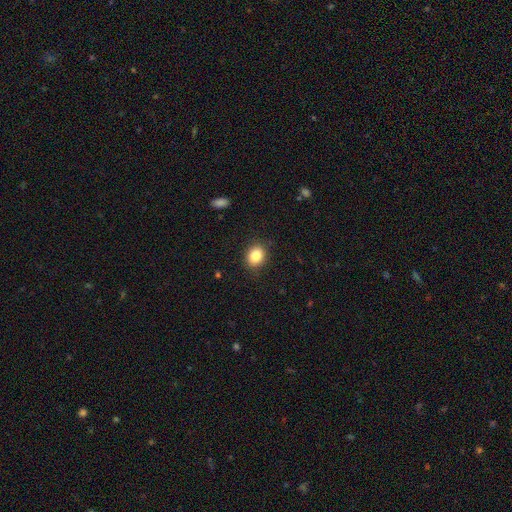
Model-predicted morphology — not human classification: This appears to be a smooth galaxy with no disk features (85%) that is in between round and cigar-shaped (50%). Merging: none (87%).